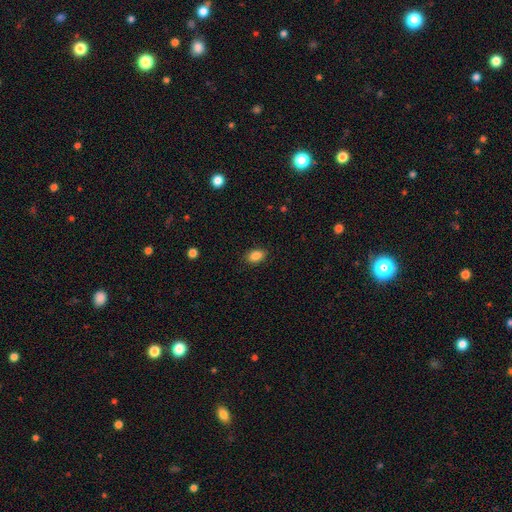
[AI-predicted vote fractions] smooth 88%, star or artifact 8%, featured or disk 4%. Down the decision tree: how rounded — in between (87%); merging — none (88%).